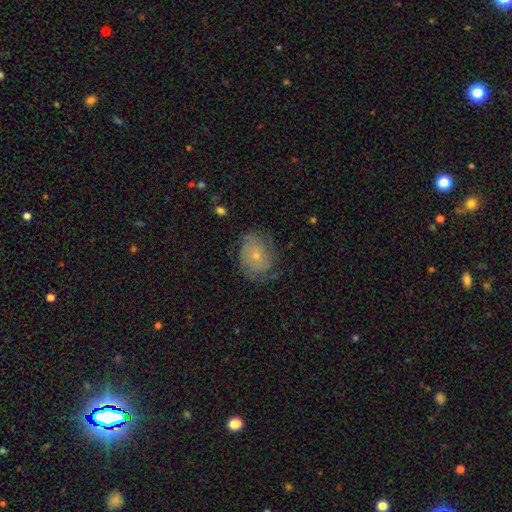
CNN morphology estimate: The model was most divided on "smooth or featured": smooth: 46%, featured or disk: 45%, star or artifact: 9%. More confident: merging — none (63%).